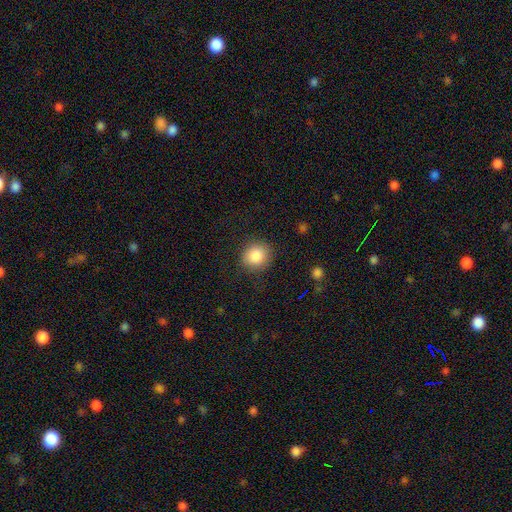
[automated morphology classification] A smooth galaxy with no disk features (86%) that is round (85%).

Vote fractions:
- Smooth or featured? smooth: 86% / star or artifact: 9% / featured or disk: 6%
- How rounded? round: 85% / in between: 14% / cigar-shaped: 1%
- Merging? none: 87% / minor disturbance: 9% / major disturbance: 3% / merger: 1%